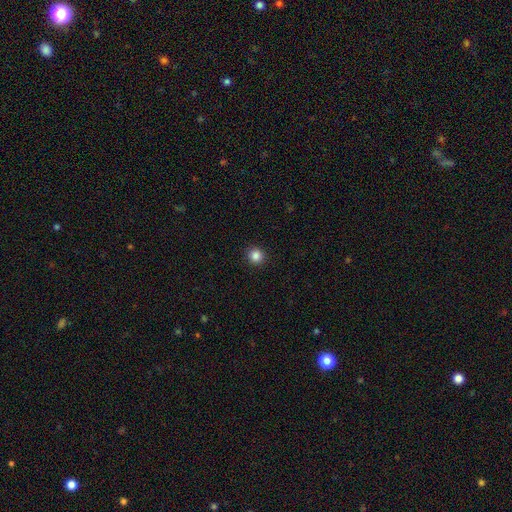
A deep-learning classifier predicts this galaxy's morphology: Q: Smooth or featured?
A: smooth (86%); runner-up: star or artifact (11%)
Q: How rounded?
A: round (93%); runner-up: in between (6%)
Q: Merging?
A: none (93%); runner-up: minor disturbance (5%)